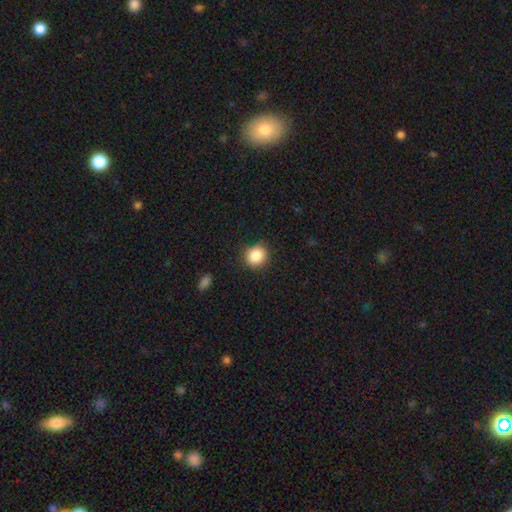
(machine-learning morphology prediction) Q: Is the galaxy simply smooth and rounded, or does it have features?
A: smooth — 88%.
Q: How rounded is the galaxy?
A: round — 75%.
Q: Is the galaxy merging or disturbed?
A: none — 87%.